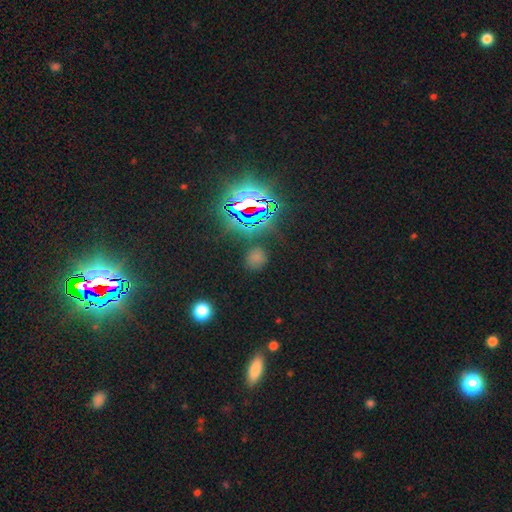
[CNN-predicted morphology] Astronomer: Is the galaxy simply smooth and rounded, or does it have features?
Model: star or artifact — 60%.